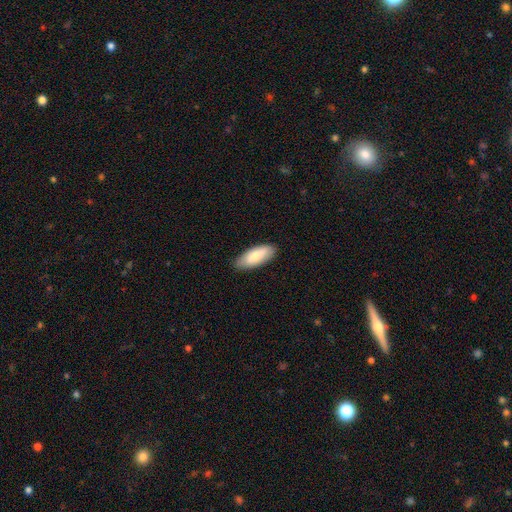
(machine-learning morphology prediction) smooth_or_featured: smooth (p=0.81) [alt: featured or disk p=0.13]
how_rounded: in between (p=0.79) [alt: cigar-shaped p=0.19]
merging: none (p=0.84) [alt: minor disturbance p=0.13]